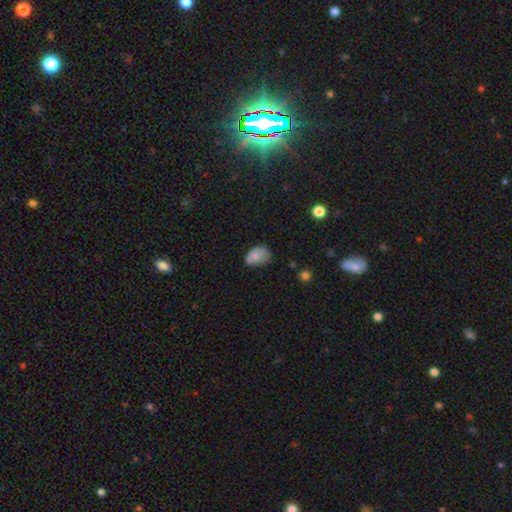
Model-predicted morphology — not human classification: This appears to be a smooth galaxy with no disk features (76%) that is in between round and cigar-shaped (77%). Merging: none (41%).